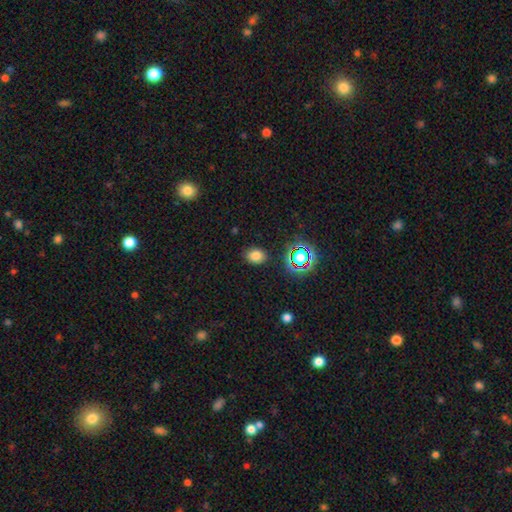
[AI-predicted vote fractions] smooth 75%, star or artifact 18%, featured or disk 7%. Down the decision tree: how rounded — in between (60%); merging — none (85%).